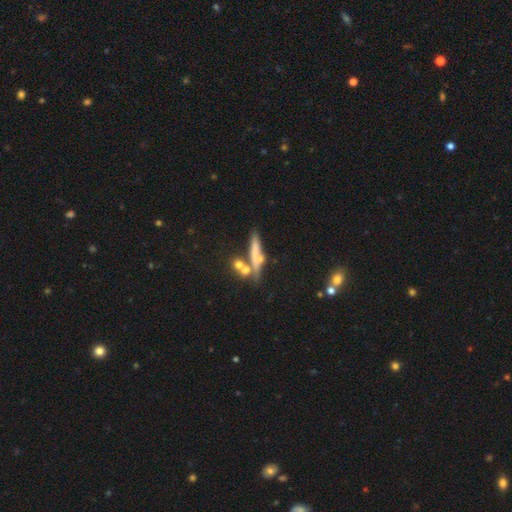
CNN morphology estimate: This is possibly a smooth galaxy (49%). Merging: possibly none (49%).